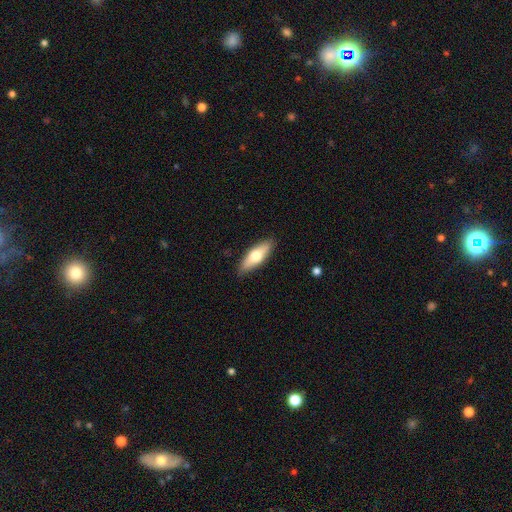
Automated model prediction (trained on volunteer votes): smooth-or-featured: smooth: 62% | featured or disk: 32% | star or artifact: 6%
  how-rounded: in between: 60% | cigar-shaped: 37% | round: 2%
  merging: none: 88% | minor disturbance: 9% | major disturbance: 2% | merger: 1%